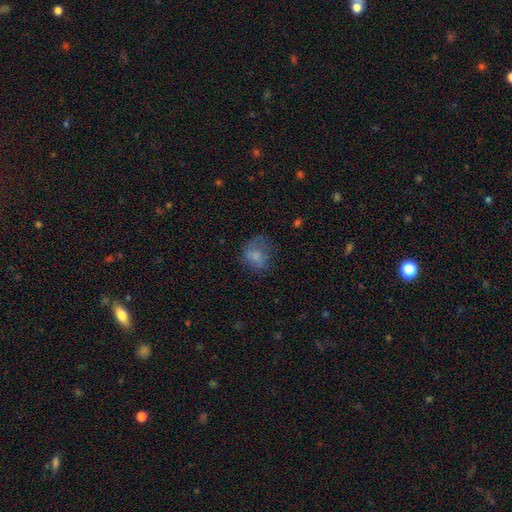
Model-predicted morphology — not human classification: smooth 71%, featured or disk 17%, star or artifact 11%. Down the decision tree: how rounded — round (60%); merging — none (50%).